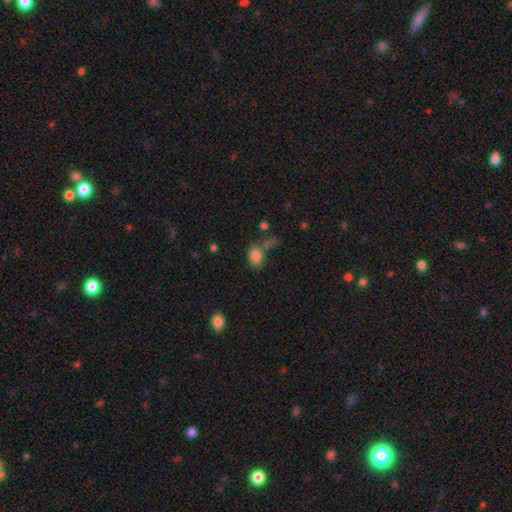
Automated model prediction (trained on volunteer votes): smooth-or-featured: smooth: 82% | star or artifact: 10% | featured or disk: 8%
  how-rounded: in between: 69% | round: 30% | cigar-shaped: 1%
  merging: none: 49% | merger: 24% | minor disturbance: 17% | major disturbance: 10%